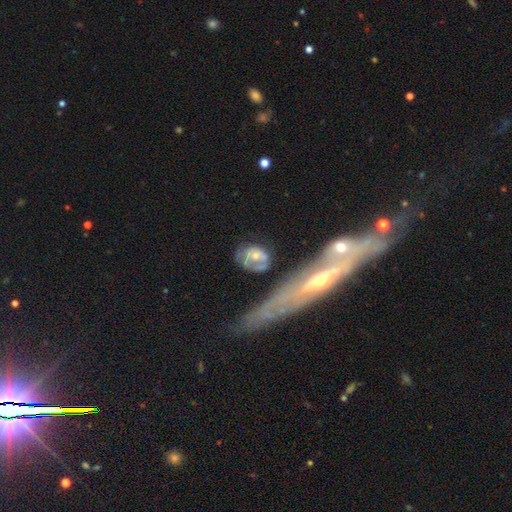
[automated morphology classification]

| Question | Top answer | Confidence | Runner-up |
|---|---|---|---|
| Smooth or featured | featured or disk | 49% | smooth (44%) |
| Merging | none | 39% | minor disturbance (25%) |